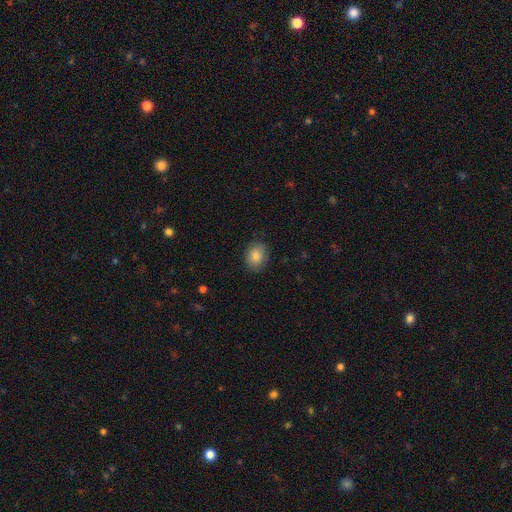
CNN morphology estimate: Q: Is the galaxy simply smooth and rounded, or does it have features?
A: smooth — 85%.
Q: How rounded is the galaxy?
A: in between — 63%.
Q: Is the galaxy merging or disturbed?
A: none — 85%.